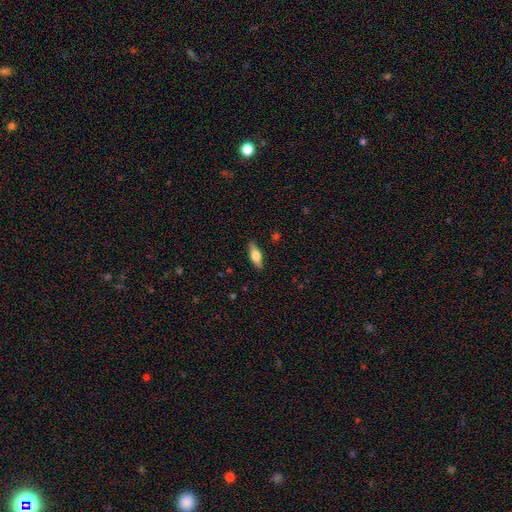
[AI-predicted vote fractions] A smooth galaxy with no disk features (58%) that is in between round and cigar-shaped (60%). Merging: none (87%).